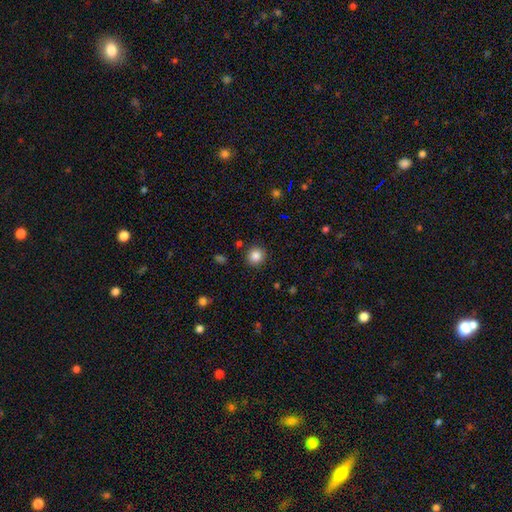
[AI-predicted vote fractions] Morphology: type=smooth (85%); roundness=round (91%); merging=none (90%).